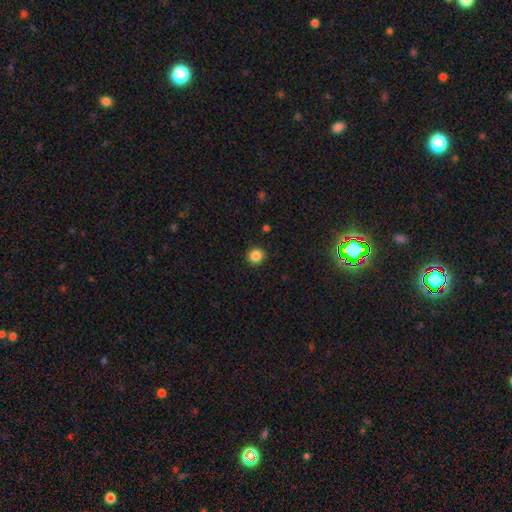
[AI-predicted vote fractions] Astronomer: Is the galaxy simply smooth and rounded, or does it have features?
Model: smooth — 85%.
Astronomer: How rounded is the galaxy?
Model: round — 93%.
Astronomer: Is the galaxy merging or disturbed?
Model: none — 92%.